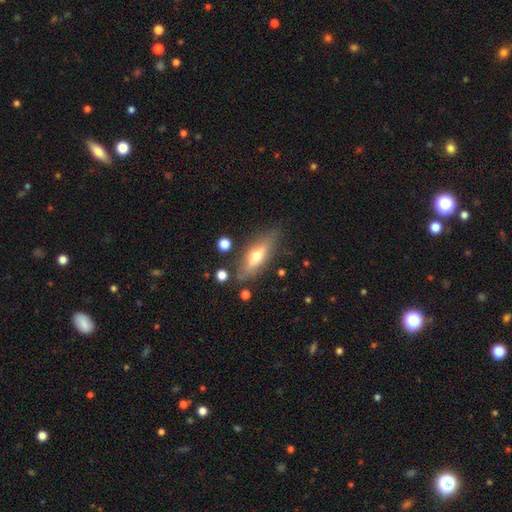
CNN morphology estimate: This appears to be a smooth galaxy with no disk features (49%). Merging: none (77%).